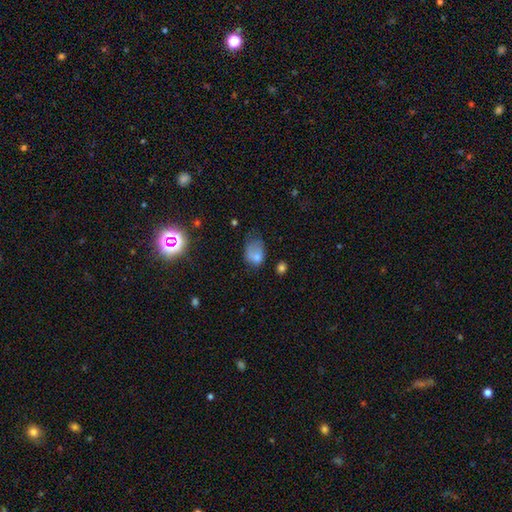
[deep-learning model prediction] A smooth galaxy with no disk features (70%) that is in between round and cigar-shaped (74%).

Vote fractions:
- Smooth or featured? smooth: 70% / featured or disk: 17% / star or artifact: 13%
- How rounded? in between: 74% / round: 25% / cigar-shaped: 1%
- Merging? major disturbance: 35% / minor disturbance: 34% / none: 26% / merger: 6%